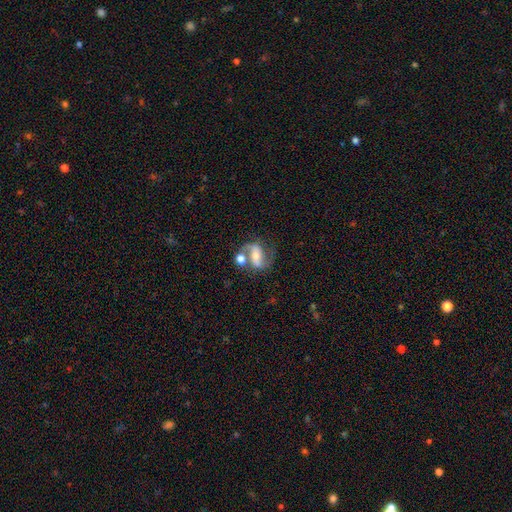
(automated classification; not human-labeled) Smooth or featured: featured or disk — 75% (smooth — 17%)
Edge-on disk: no — 95% (yes — 5%)
Bar: strong — 50% (weak — 27%)
Spiral arms: yes — 89% (no — 11%)
Spiral winding: loose — 45% (medium — 42%)
Spiral arm count: 2 — 88% (1 — 5%)
Bulge size: moderate — 49% (small — 39%)
Merging: none — 49% (merger — 26%)